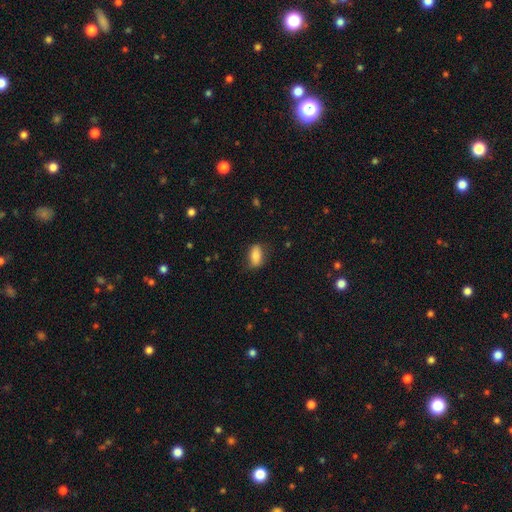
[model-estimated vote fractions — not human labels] A smooth galaxy with no disk features (81%) that is in between round and cigar-shaped (87%).

Vote fractions:
- Smooth or featured? smooth: 81% / featured or disk: 11% / star or artifact: 7%
- How rounded? in between: 87% / cigar-shaped: 8% / round: 5%
- Merging? none: 76% / minor disturbance: 18% / major disturbance: 4% / merger: 1%